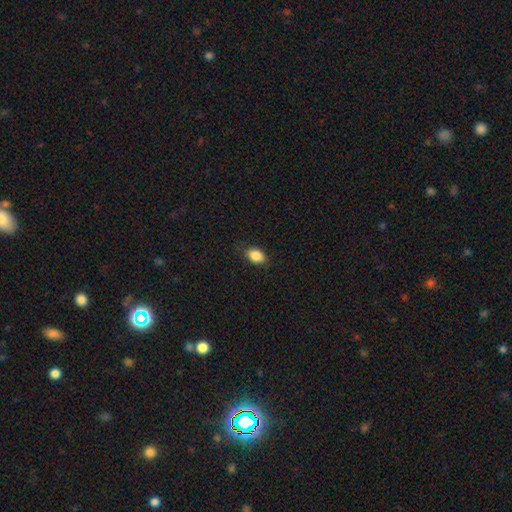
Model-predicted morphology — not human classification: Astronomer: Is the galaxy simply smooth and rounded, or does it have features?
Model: smooth — 88%.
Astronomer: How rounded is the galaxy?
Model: in between — 82%.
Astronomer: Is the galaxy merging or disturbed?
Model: none — 82%.